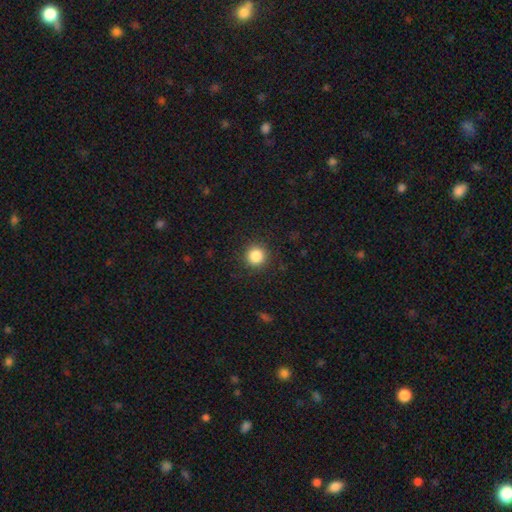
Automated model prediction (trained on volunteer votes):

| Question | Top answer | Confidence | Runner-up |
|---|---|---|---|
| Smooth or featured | smooth | 85% | star or artifact (11%) |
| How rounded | round | 94% | in between (5%) |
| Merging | none | 90% | minor disturbance (6%) |